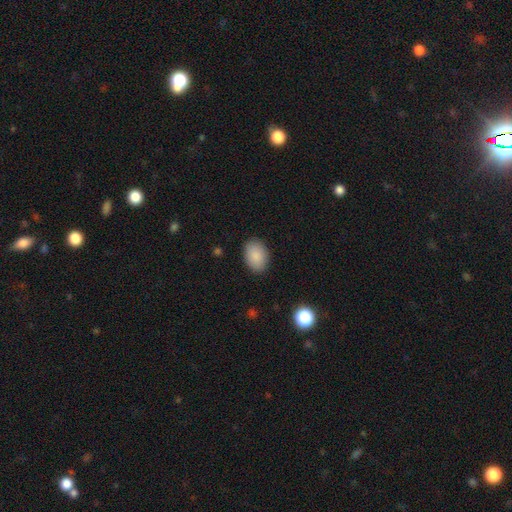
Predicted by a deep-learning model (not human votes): Overall: smooth (89%). How rounded: in between (87%). Merging: none (88%).